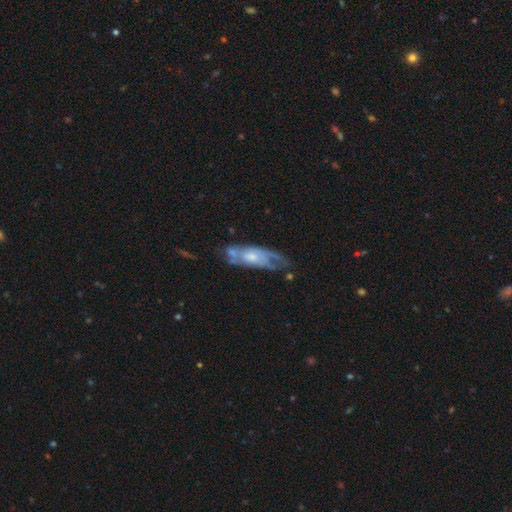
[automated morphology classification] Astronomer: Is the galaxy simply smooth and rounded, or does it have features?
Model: featured or disk — 65%.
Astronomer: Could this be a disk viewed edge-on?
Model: no — 79%.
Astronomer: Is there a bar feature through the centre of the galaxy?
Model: no — 76%.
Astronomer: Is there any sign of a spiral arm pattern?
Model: yes — 67%.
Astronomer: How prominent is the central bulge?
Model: moderate — 45% (runner-up: small, 42%).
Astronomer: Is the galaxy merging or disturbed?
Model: none — 46% (runner-up: minor disturbance, 26%).